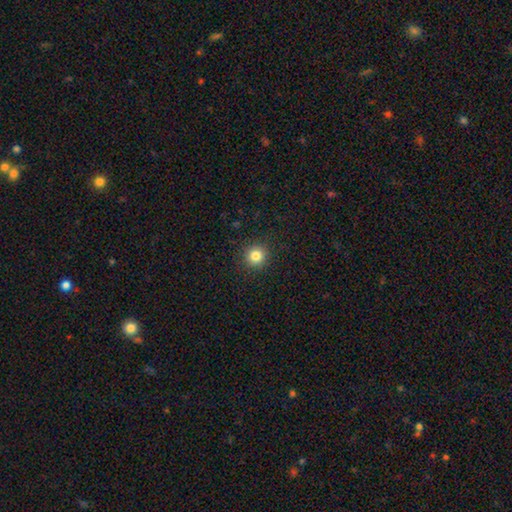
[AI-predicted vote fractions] This is clearly a smooth galaxy (83%). How rounded: clearly round (94%). Merging: clearly none (92%).